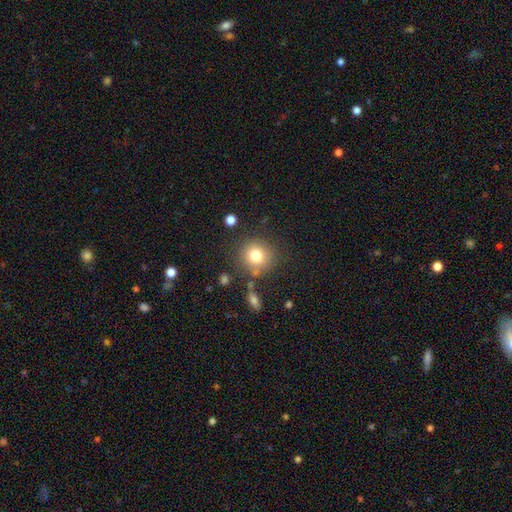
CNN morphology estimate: Smooth or featured: smooth — 78% (star or artifact — 12%)
How rounded: round — 89% (in between — 10%)
Merging: none — 79% (minor disturbance — 11%)